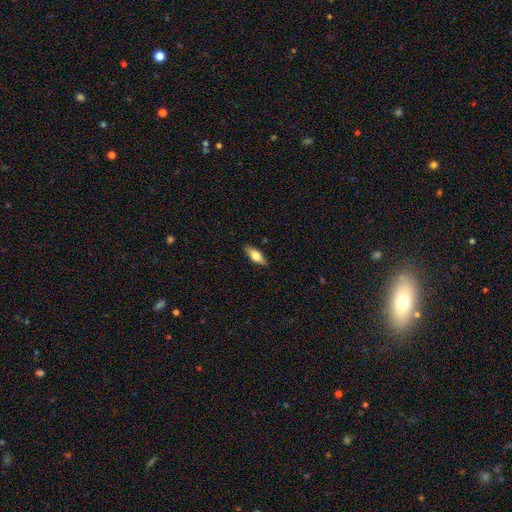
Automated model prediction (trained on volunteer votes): A smooth galaxy with no disk features (64%) that is in between round and cigar-shaped (69%). Merging: none (86%).